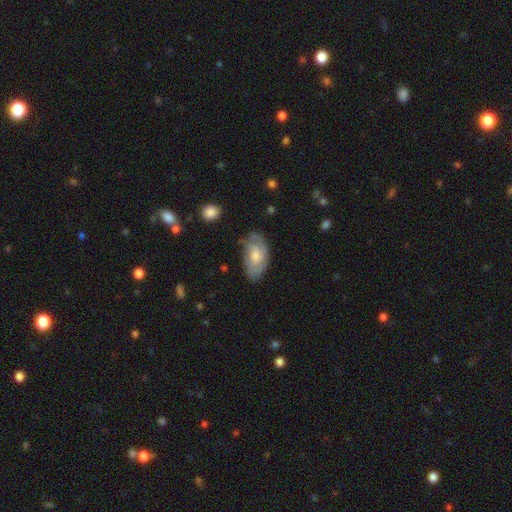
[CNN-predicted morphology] A featured or disk galaxy (53%).

Vote fractions:
- Smooth or featured? featured or disk: 53% / smooth: 40% / star or artifact: 7%
- Edge-on disk? no: 93% / yes: 7%
- Merging? none: 71% / minor disturbance: 21% / major disturbance: 6% / merger: 1%